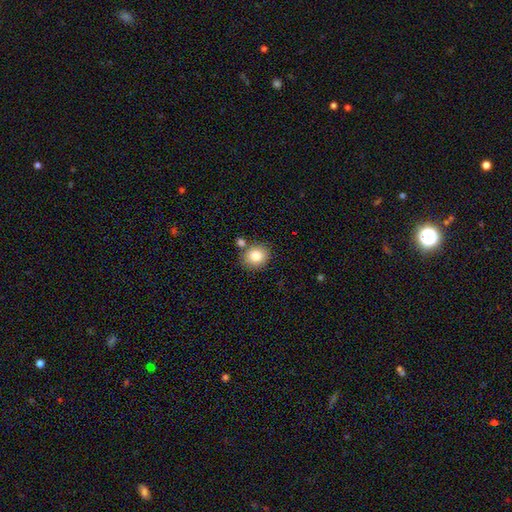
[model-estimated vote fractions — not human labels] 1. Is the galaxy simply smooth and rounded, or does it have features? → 84% smooth, 9% star or artifact, 7% featured or disk.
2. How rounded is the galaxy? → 71% round, 28% in between, 1% cigar-shaped.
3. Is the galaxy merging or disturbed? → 74% none, 12% merger, 11% minor disturbance, 3% major disturbance.